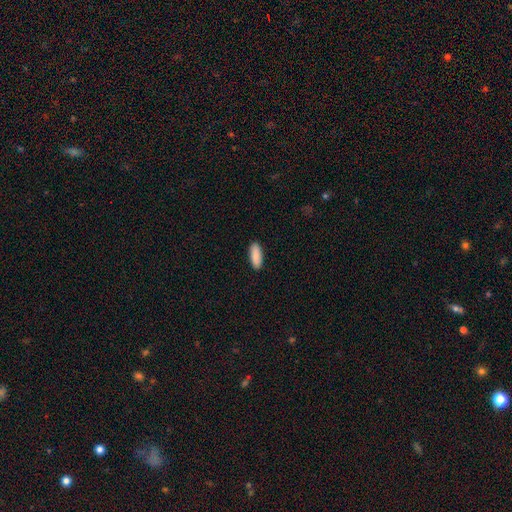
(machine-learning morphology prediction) Q: Smooth or featured?
A: smooth (90%); runner-up: star or artifact (6%)
Q: How rounded?
A: in between (75%); runner-up: cigar-shaped (23%)
Q: Merging?
A: none (91%); runner-up: minor disturbance (7%)